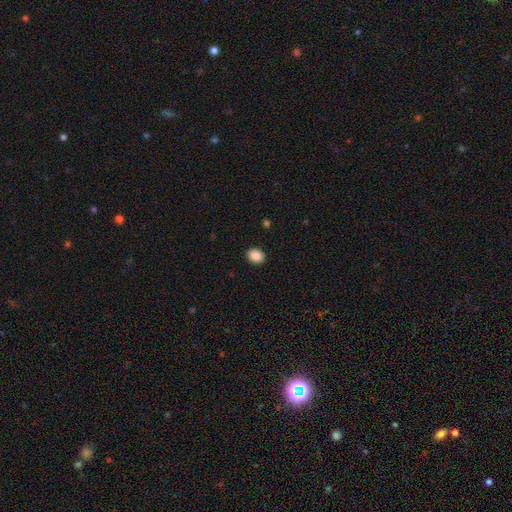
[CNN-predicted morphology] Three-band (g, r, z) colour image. It shows a smooth galaxy with no disk features (89%) that is round (51%). Merging: none (90%).